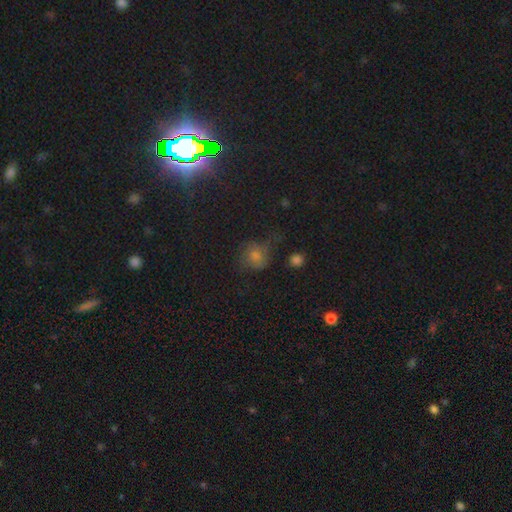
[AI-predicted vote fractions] Smooth or featured? smooth (59%)
How rounded? round (81%)
Merging? none (60%)